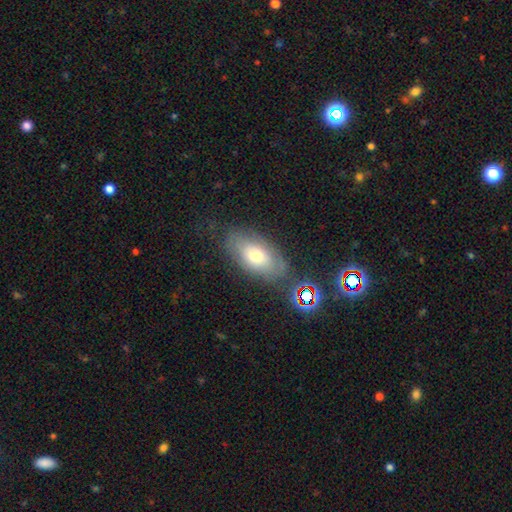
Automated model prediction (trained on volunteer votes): smooth 62%, featured or disk 26%, star or artifact 12%. Down the decision tree: how rounded — in between (90%); merging — none (69%).